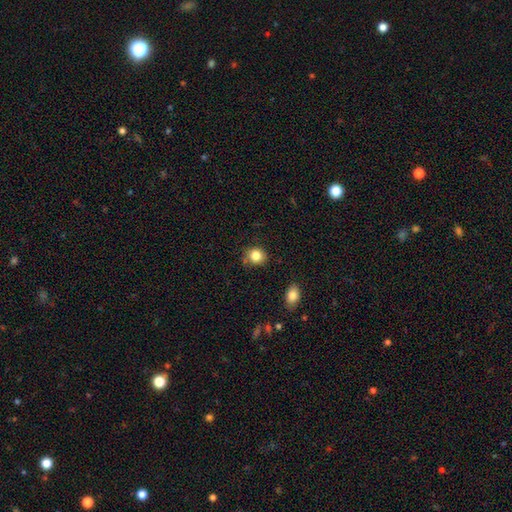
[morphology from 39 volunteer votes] Overall: smooth (92%). How rounded: round (81%). Merging: none (76%).